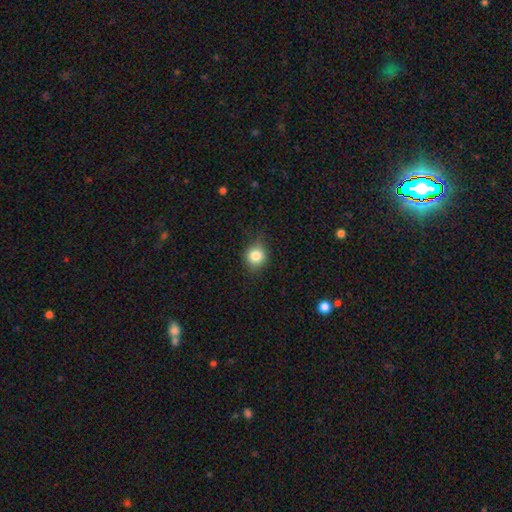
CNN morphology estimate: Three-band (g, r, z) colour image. It shows a smooth galaxy with no disk features (83%) that is round (81%). Merging: none (80%).